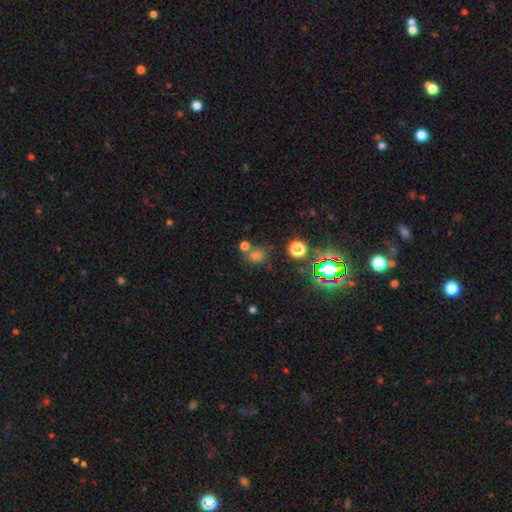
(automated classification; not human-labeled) smooth-or-featured: smooth: 59% | star or artifact: 33% | featured or disk: 8%
  how-rounded: round: 71% | in between: 28% | cigar-shaped: 1%
  merging: none: 63% | merger: 19% | minor disturbance: 13% | major disturbance: 6%